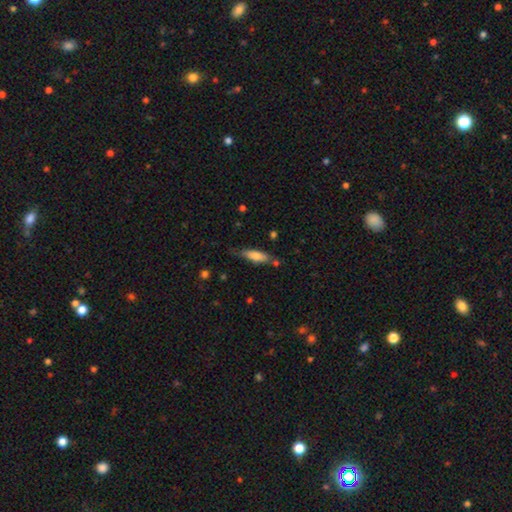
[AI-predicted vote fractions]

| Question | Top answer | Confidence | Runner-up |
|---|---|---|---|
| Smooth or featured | smooth | 73% | featured or disk (21%) |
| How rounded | cigar-shaped | 57% | in between (41%) |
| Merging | none | 65% | minor disturbance (23%) |